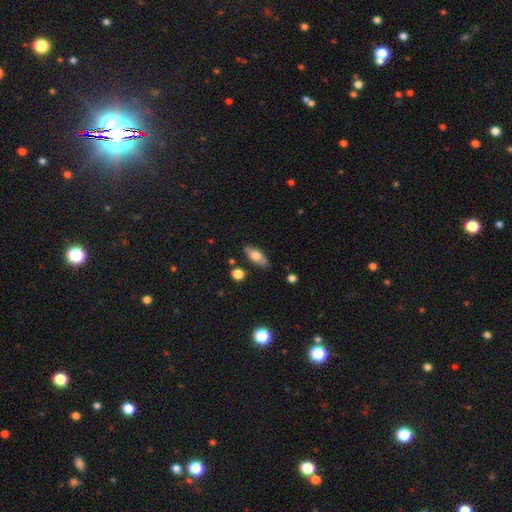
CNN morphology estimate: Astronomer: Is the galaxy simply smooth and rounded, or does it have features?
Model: smooth — 66%.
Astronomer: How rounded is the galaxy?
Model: in between — 74%.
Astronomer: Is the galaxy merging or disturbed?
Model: none — 83%.